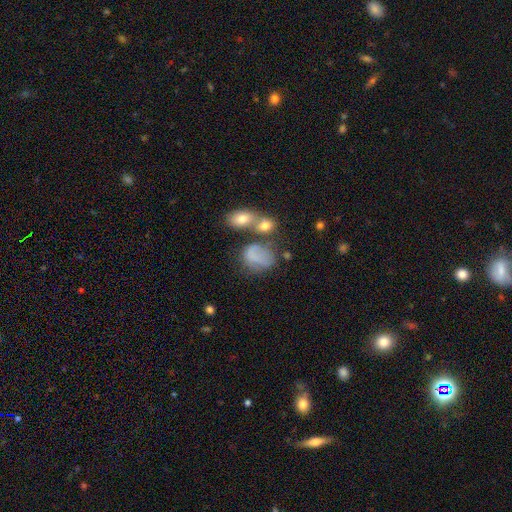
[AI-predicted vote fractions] This is likely a smooth galaxy (68%). How rounded: likely in between (67%). Merging: marginally none (33%).